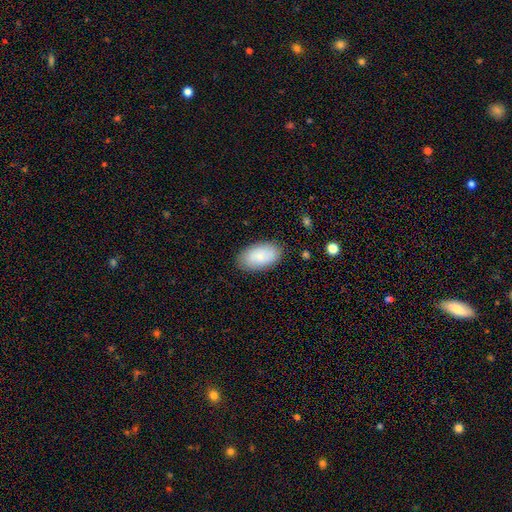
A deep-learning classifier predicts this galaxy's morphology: This is clearly a smooth galaxy (82%). How rounded: clearly in between (95%). Merging: clearly none (84%).